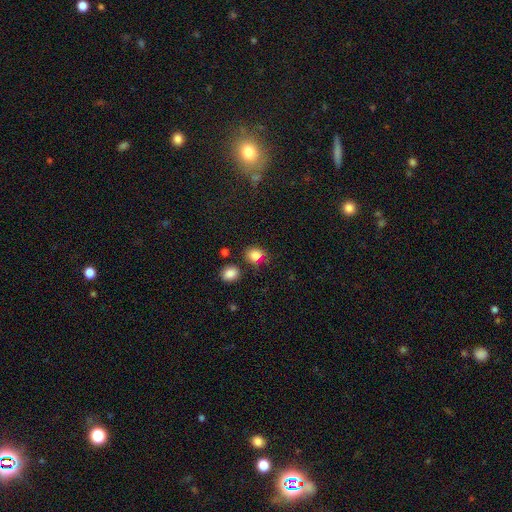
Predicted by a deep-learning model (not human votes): Overall: smooth (83%). How rounded: round (62%; in between 37%). Merging: none (63%).